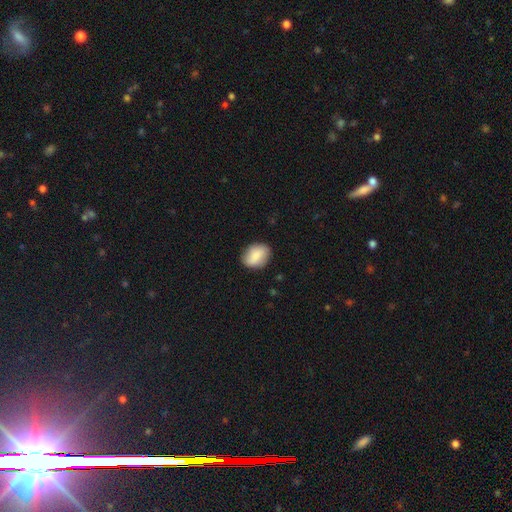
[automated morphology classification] smooth_or_featured: smooth (p=0.83) [alt: featured or disk p=0.10]
how_rounded: in between (p=0.70) [alt: round p=0.29]
merging: none (p=0.81) [alt: minor disturbance p=0.14]